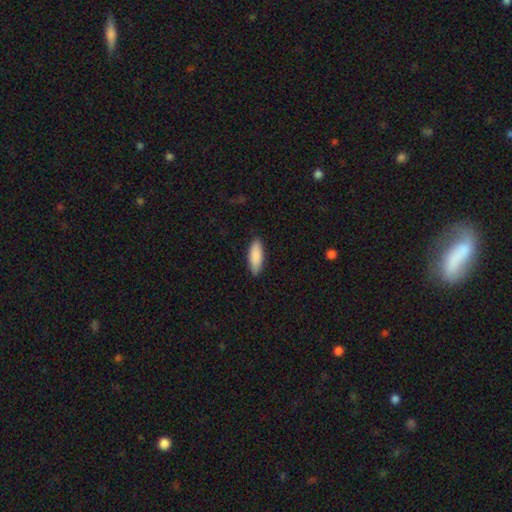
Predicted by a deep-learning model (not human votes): This is clearly a smooth galaxy (88%). How rounded: likely in between (66%). Merging: clearly none (86%).